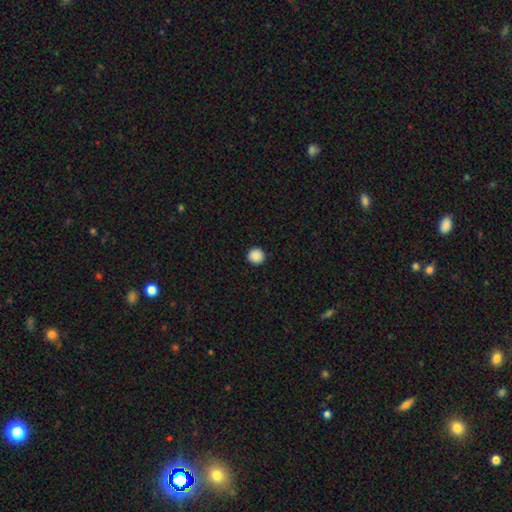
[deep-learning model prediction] The model was most divided on "smooth or featured": smooth: 89%, star or artifact: 9%, featured or disk: 2%. More confident: how rounded — round (95%); merging — none (93%).